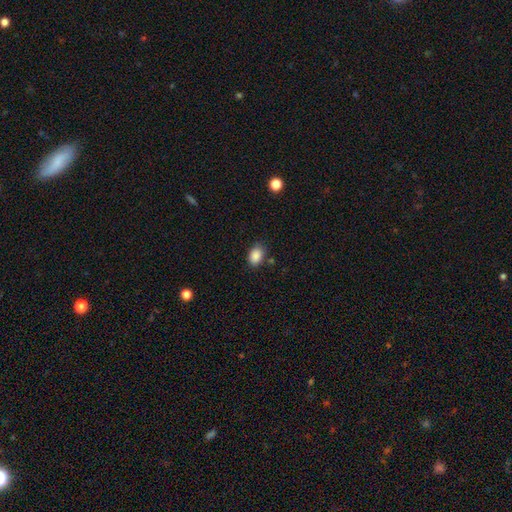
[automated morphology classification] A smooth galaxy with no disk features (88%) that is in between round and cigar-shaped (81%). Merging: none (79%).